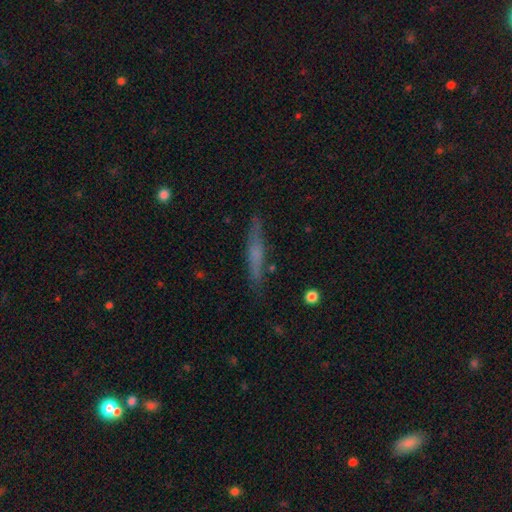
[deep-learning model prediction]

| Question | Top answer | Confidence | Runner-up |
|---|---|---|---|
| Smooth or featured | smooth | 51% | featured or disk (42%) |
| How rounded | cigar-shaped | 91% | in between (7%) |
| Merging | none | 83% | minor disturbance (12%) |